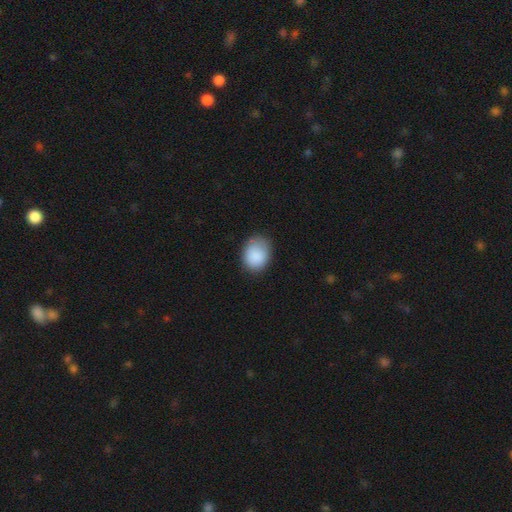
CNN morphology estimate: This is clearly a smooth galaxy (88%). How rounded: possibly in between (58%). Merging: likely none (76%).